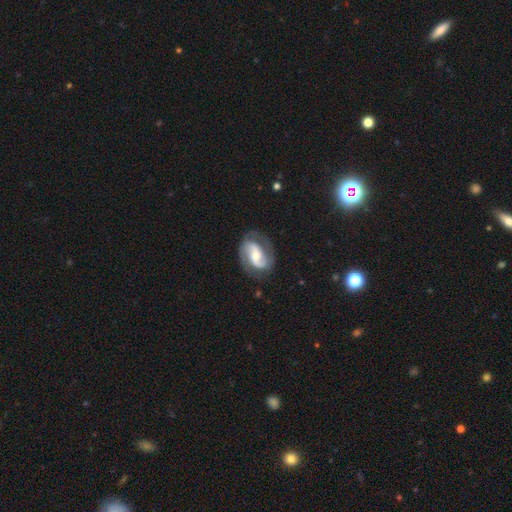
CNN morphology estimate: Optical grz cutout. It shows a featured or disk galaxy (83%) with a weak bar (39%), 2 (87%) medium (48%) spiral arms (94%) and a moderate central bulge (55%). Merging: none (72%).